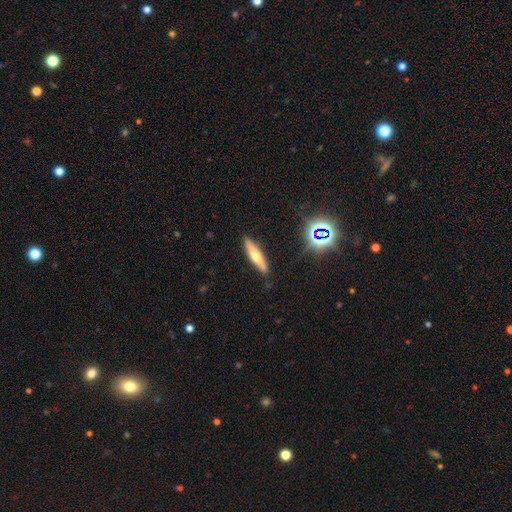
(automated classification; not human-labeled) Q: Smooth or featured?
A: smooth (46%); runner-up: featured or disk (45%)
Q: Merging?
A: none (88%); runner-up: minor disturbance (8%)